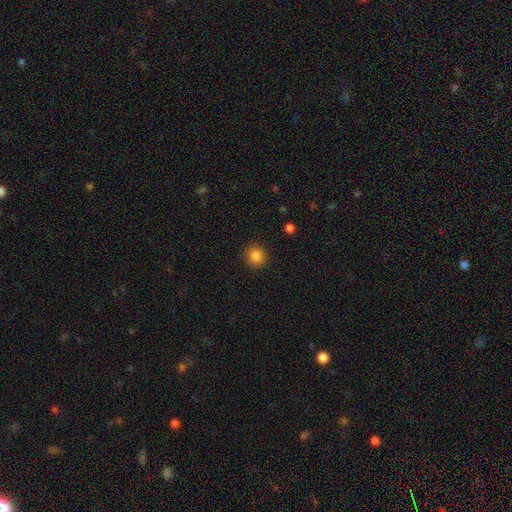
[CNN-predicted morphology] Smooth or featured? smooth (85%)
How rounded? round (89%)
Merging? none (90%)